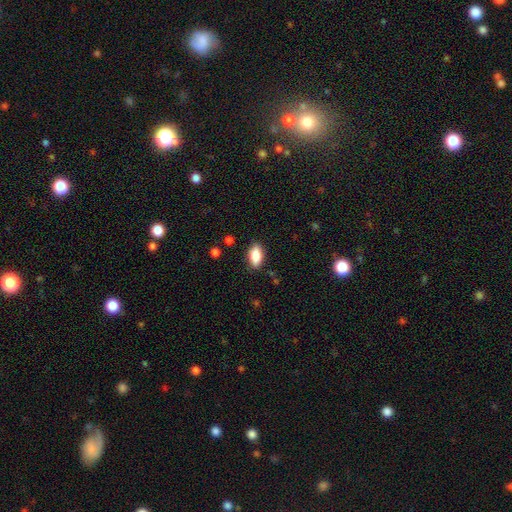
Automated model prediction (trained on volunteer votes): Smooth or featured: smooth — 83% (featured or disk — 10%)
How rounded: in between — 88% (cigar-shaped — 8%)
Merging: none — 85% (minor disturbance — 11%)